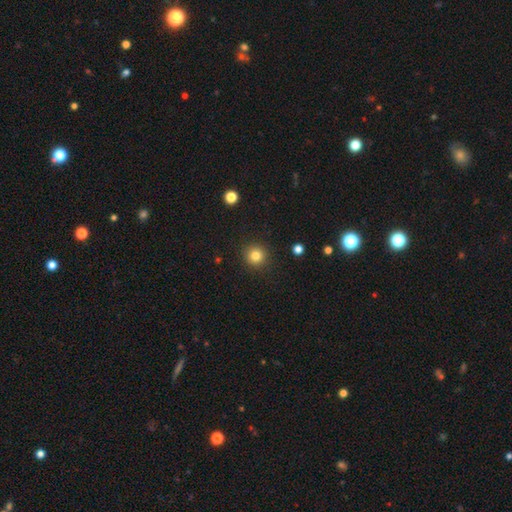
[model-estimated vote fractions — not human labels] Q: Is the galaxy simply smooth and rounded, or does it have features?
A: smooth — 82%.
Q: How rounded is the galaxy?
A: round — 94%.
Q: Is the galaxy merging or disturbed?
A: none — 91%.